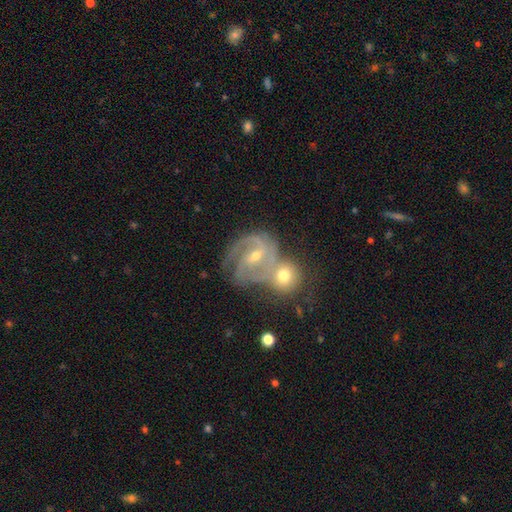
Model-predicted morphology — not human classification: A featured or disk galaxy (86%) with a weak bar (47%), 2 (42%) tight (46%) spiral arms (97%) and a small central bulge (55%).

Vote fractions:
- Smooth or featured? featured or disk: 86% / smooth: 8% / star or artifact: 6%
- Edge-on disk? no: 97% / yes: 3%
- Bar? weak: 47% / no: 32% / strong: 22%
- Spiral arms? yes: 97% / no: 3%
- Spiral winding? tight: 46% / medium: 45% / loose: 9%
- Spiral arm count? 2: 42% / 3: 32% / can't tell: 14% / 1: 5% / 4: 4% / more than 4: 3%
- Bulge size? small: 55% / moderate: 41% / none: 1% / large: 1% / dominant: 1%
- Merging? merger: 44% / none: 36% / minor disturbance: 13% / major disturbance: 8%